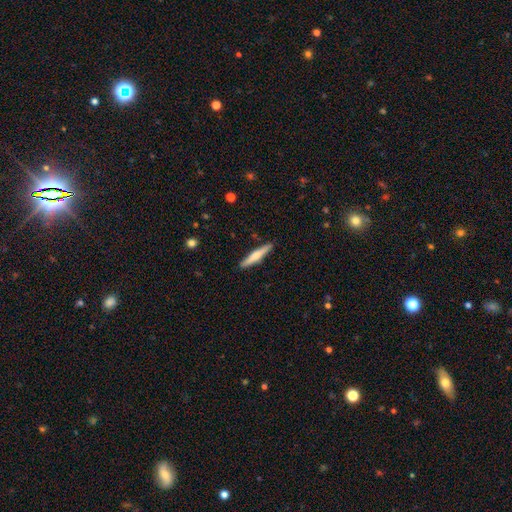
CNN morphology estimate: featured or disk 50%, smooth 45%, star or artifact 5%. Down the decision tree: merging — none (91%).